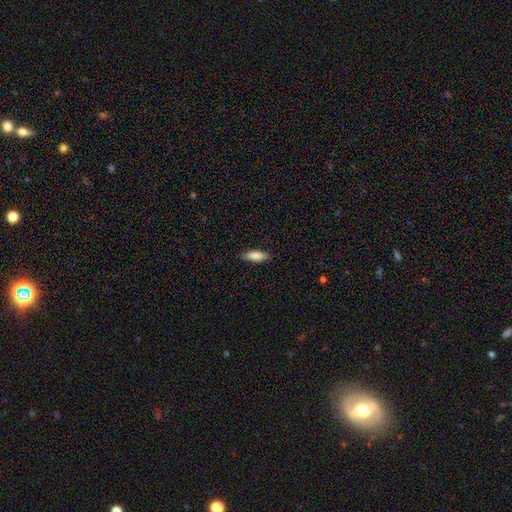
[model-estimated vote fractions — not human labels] Smooth or featured?
  - smooth: 85% *
  - featured or disk: 9%
  - star or artifact: 6%
How rounded?
  - in between: 53% *
  - cigar-shaped: 45%
  - round: 2%
Merging?
  - none: 85% *
  - minor disturbance: 11%
  - major disturbance: 2%
  - merger: 1%